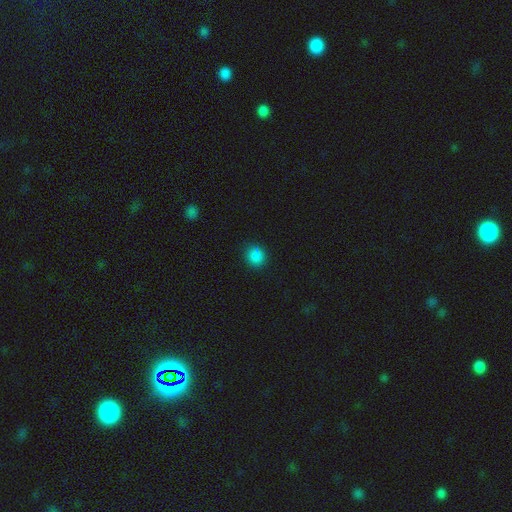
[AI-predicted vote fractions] smooth-or-featured: smooth: 79% | star or artifact: 15% | featured or disk: 7%
  how-rounded: round: 83% | in between: 16% | cigar-shaped: 1%
  merging: none: 82% | minor disturbance: 11% | merger: 4% | major disturbance: 3%